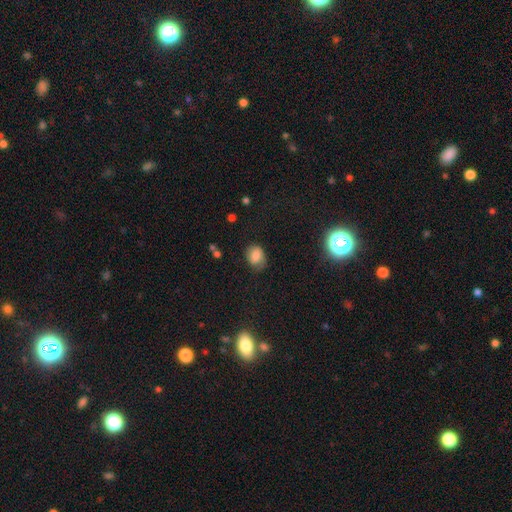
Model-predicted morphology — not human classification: A smooth galaxy with no disk features (75%) that is in between round and cigar-shaped (59%).

Vote fractions:
- Smooth or featured? smooth: 75% / featured or disk: 14% / star or artifact: 11%
- How rounded? in between: 59% / round: 40% / cigar-shaped: 1%
- Merging? none: 61% / minor disturbance: 27% / major disturbance: 10% / merger: 2%